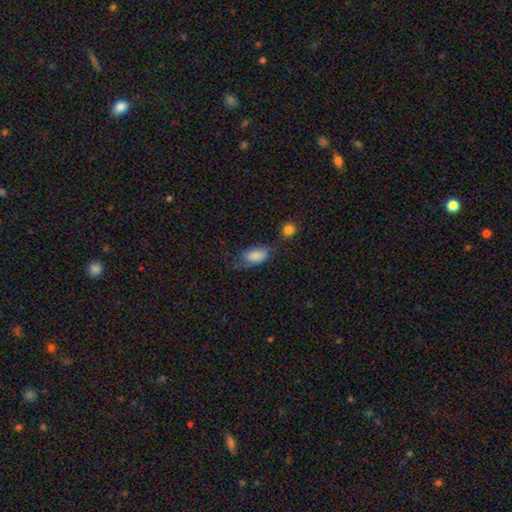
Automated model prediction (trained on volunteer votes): Smooth or featured? smooth (79%)
How rounded? in between (91%)
Merging? none (43%)